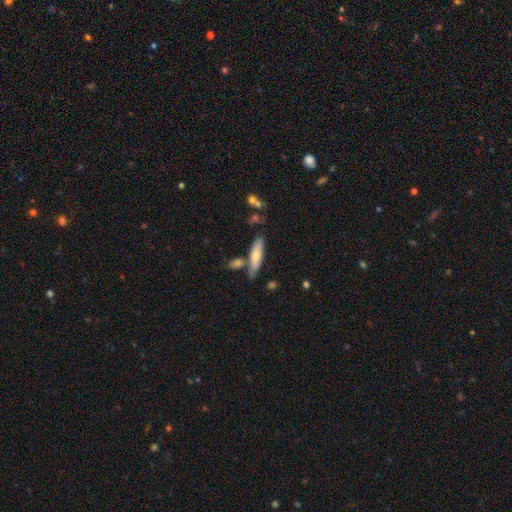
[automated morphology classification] Smooth or featured: smooth — 71% (featured or disk — 23%)
How rounded: cigar-shaped — 70% (in between — 28%)
Merging: none — 67% (minor disturbance — 15%)